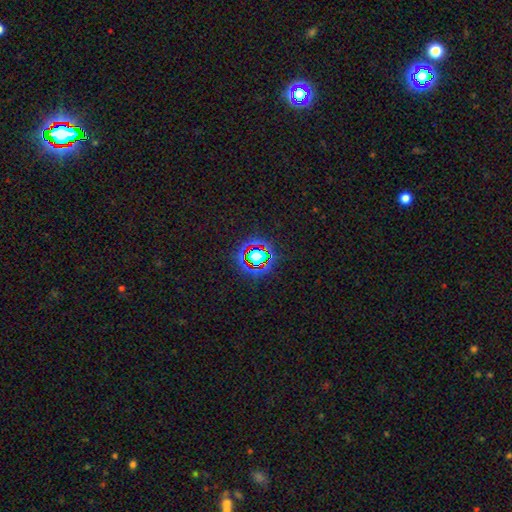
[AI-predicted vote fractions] This appears to be a star or artifact, not a galaxy (65%).